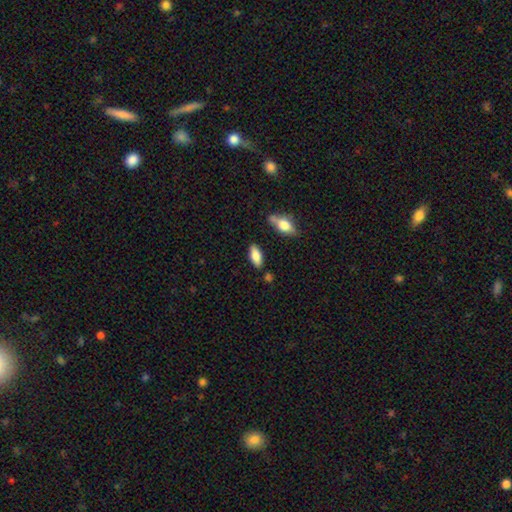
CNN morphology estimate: smooth 76%, featured or disk 17%, star or artifact 6%. Down the decision tree: how rounded — in between (81%); merging — none (81%).